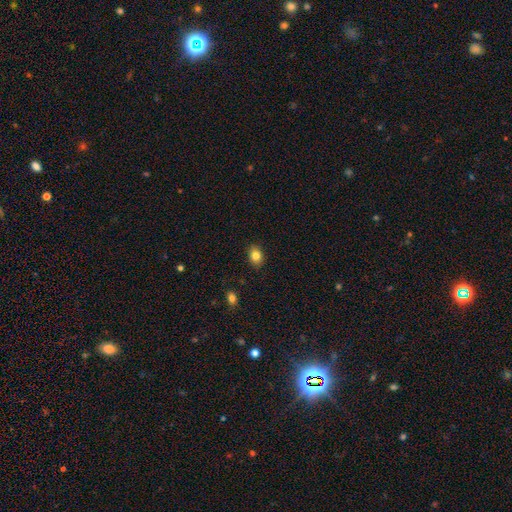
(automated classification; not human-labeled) Overall: smooth (83%). How rounded: in between (70%). Merging: none (87%).